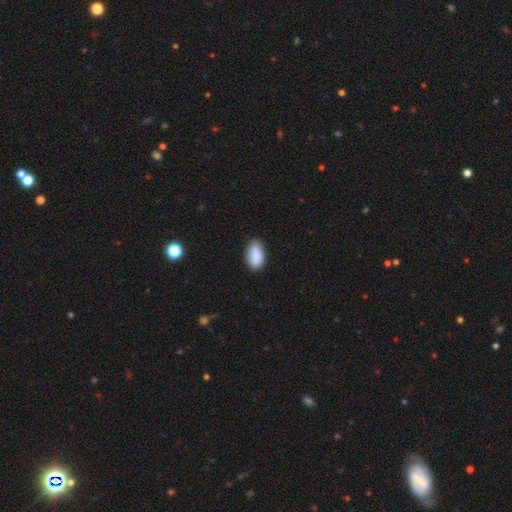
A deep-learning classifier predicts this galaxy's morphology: smooth 87%, star or artifact 7%, featured or disk 6%. Down the decision tree: how rounded — in between (93%); merging — none (76%).